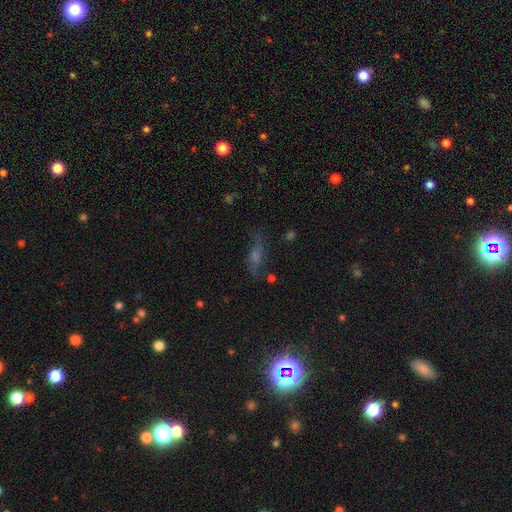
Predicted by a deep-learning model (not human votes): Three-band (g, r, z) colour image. It shows a featured or disk galaxy (43%). Merging: none (69%).